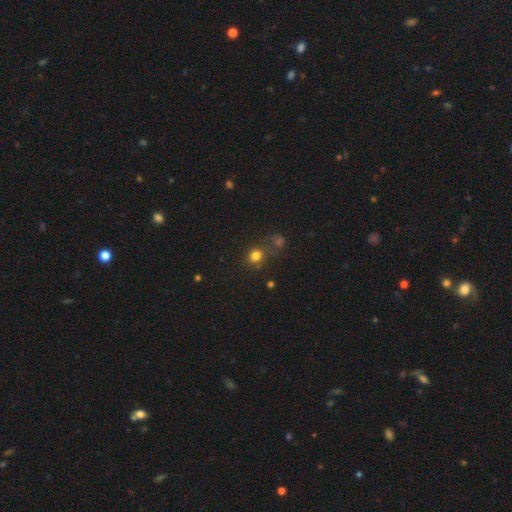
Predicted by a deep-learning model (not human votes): The model was most divided on "merging": none: 70%, merger: 13%, minor disturbance: 12%, major disturbance: 6%. More confident: how rounded — round (83%); smooth or featured — smooth (78%).